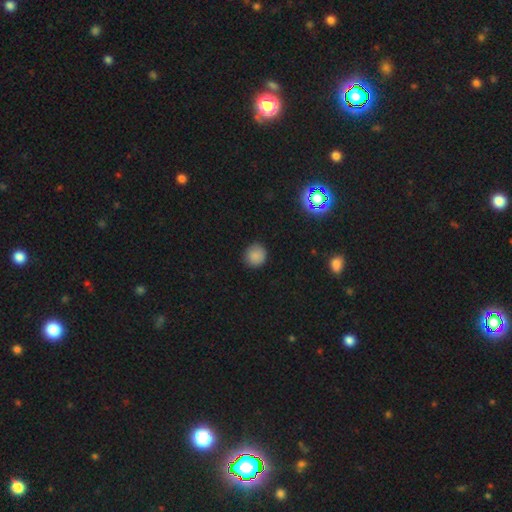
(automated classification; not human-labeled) Smooth or featured?
  - smooth: 85% *
  - star or artifact: 12%
  - featured or disk: 4%
How rounded?
  - round: 90% *
  - in between: 9%
  - cigar-shaped: 1%
Merging?
  - none: 88% *
  - minor disturbance: 9%
  - major disturbance: 2%
  - merger: 1%